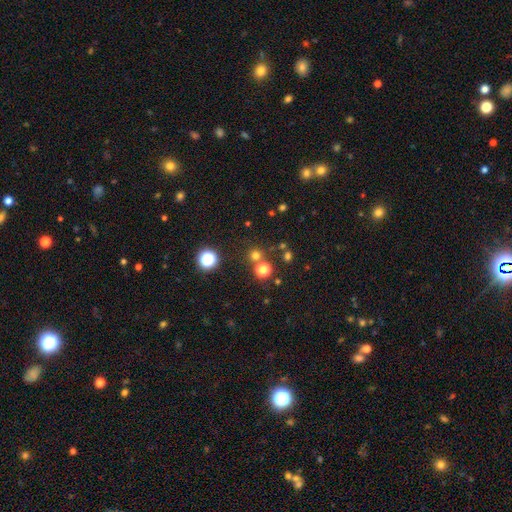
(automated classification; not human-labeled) A smooth galaxy with no disk features (66%) that is round (93%). Merging: none (74%).